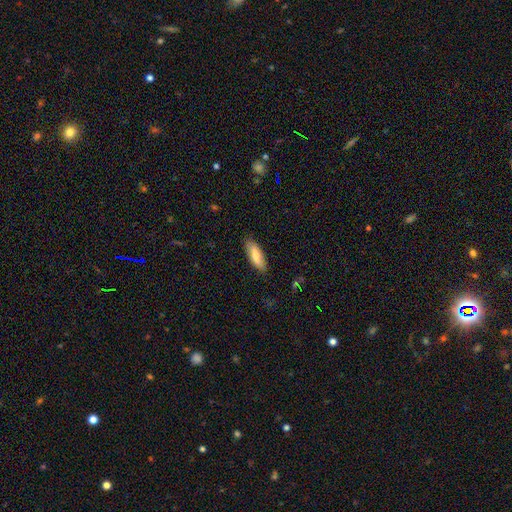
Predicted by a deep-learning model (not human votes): Smooth or featured?
  - smooth: 76% *
  - featured or disk: 19%
  - star or artifact: 6%
How rounded?
  - in between: 62% *
  - cigar-shaped: 36%
  - round: 2%
Merging?
  - none: 85% *
  - minor disturbance: 11%
  - major disturbance: 2%
  - merger: 1%